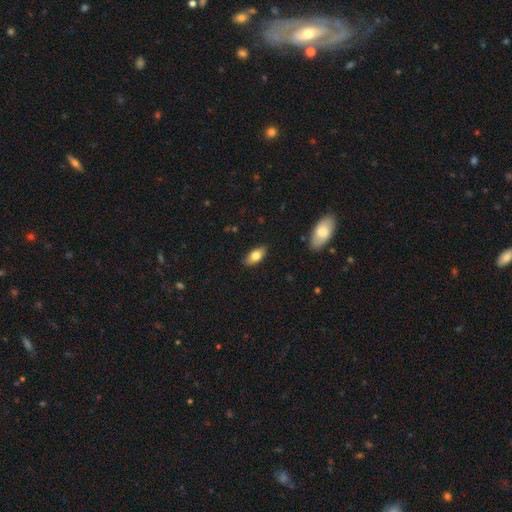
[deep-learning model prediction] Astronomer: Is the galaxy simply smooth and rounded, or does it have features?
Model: smooth — 76%.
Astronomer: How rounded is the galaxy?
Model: in between — 89%.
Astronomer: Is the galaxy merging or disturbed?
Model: none — 83%.